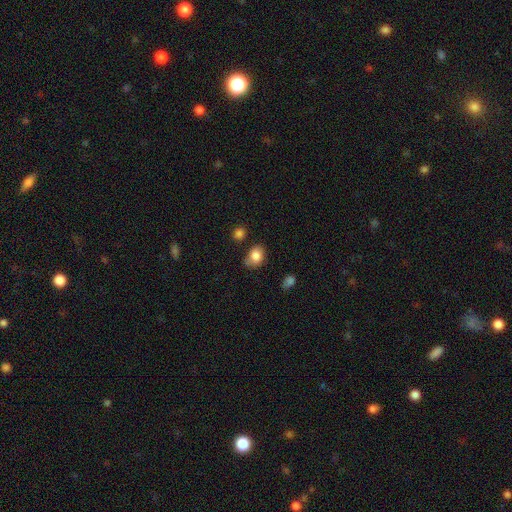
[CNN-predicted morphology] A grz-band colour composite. It shows a smooth galaxy with no disk features (83%) that is in between round and cigar-shaped (64%). Merging: none (60%).